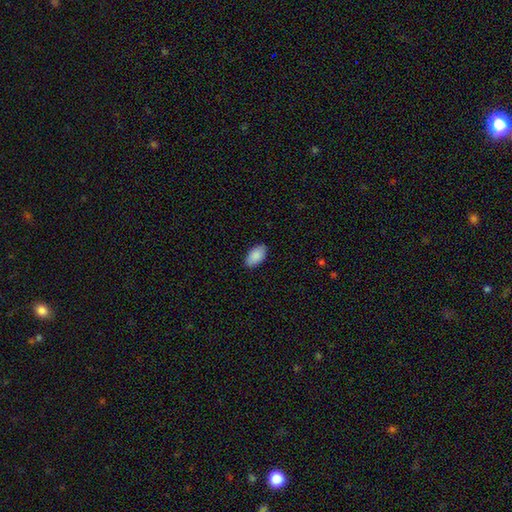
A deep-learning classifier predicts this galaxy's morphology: A smooth galaxy with no disk features (89%) that is in between round and cigar-shaped (95%).

Vote fractions:
- Smooth or featured? smooth: 89% / star or artifact: 6% / featured or disk: 5%
- How rounded? in between: 95% / round: 3% / cigar-shaped: 2%
- Merging? none: 87% / minor disturbance: 10% / major disturbance: 2% / merger: 1%